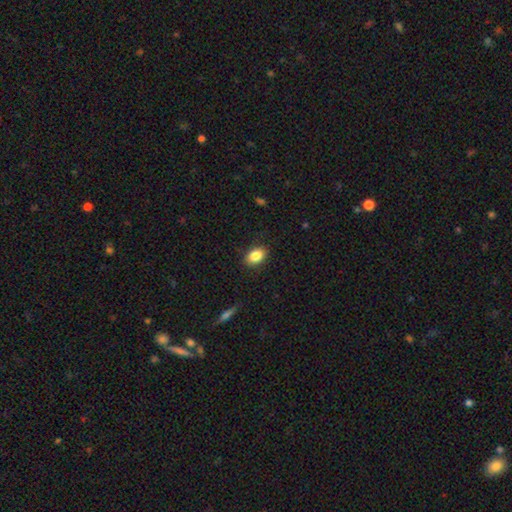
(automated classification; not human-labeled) Morphology: type=smooth (85%); roundness=in between (85%); merging=none (87%).